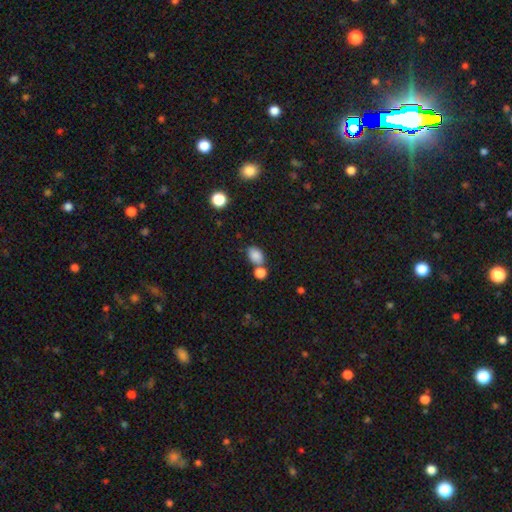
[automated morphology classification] This appears to be a smooth galaxy with no disk features (84%) that is in between round and cigar-shaped (80%). Merging: none (55%).